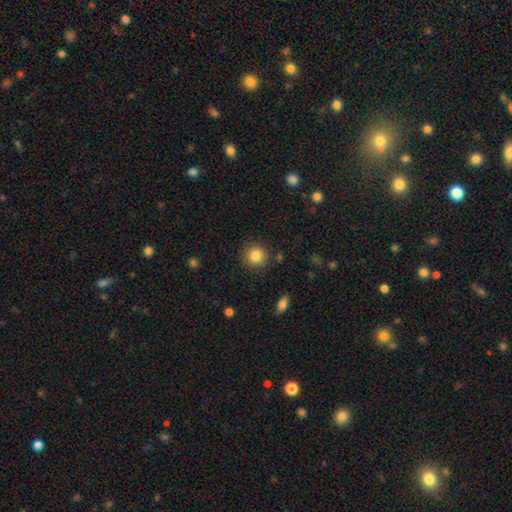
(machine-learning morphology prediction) Smooth or featured? Predicted: smooth (p=0.85). How rounded? Predicted: round (p=0.92). Merging? Predicted: none (p=0.89).